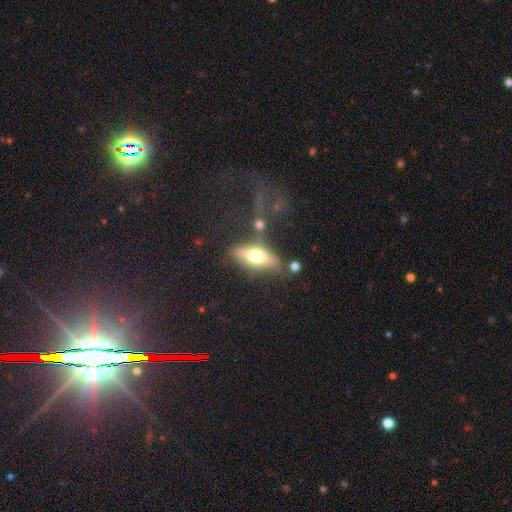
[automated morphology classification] Smooth or featured? smooth (54%)
How rounded? in between (68%)
Merging? none (49%)